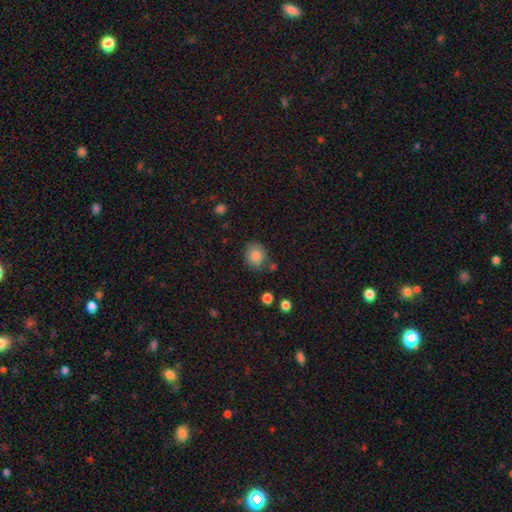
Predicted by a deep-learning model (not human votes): Morphology: type=smooth (84%); roundness=round (79%); merging=none (77%).